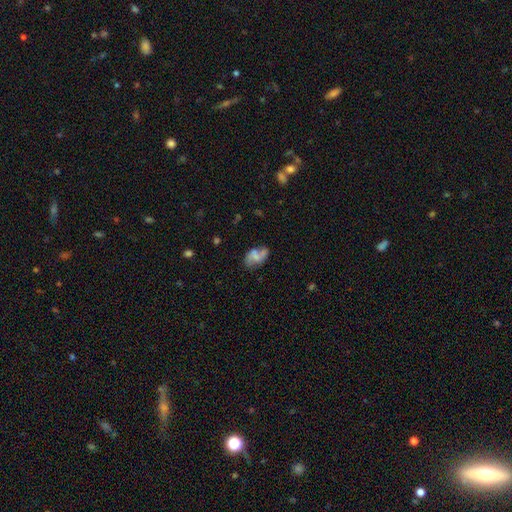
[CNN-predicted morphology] Smooth or featured: featured or disk — 48% (smooth — 42%)
Merging: none — 46% (minor disturbance — 23%)